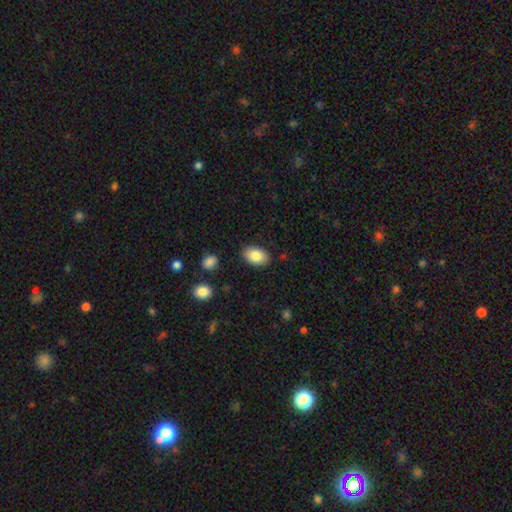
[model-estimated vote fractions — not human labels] Q: Smooth or featured?
A: smooth (84%); runner-up: featured or disk (9%)
Q: How rounded?
A: in between (89%); runner-up: round (10%)
Q: Merging?
A: none (86%); runner-up: minor disturbance (10%)